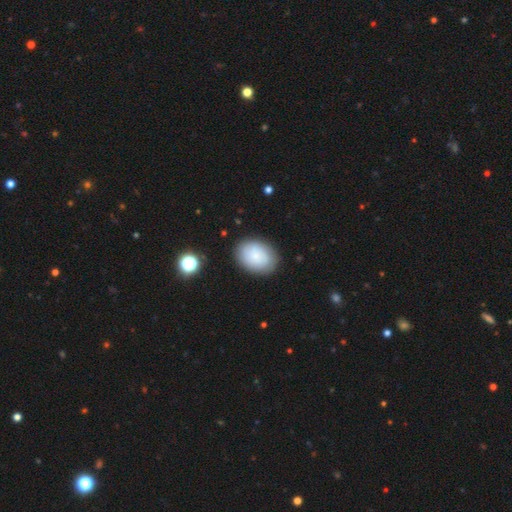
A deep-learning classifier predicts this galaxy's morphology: This appears to be a smooth galaxy with no disk features (79%) that is in between round and cigar-shaped (68%). Merging: none (84%).